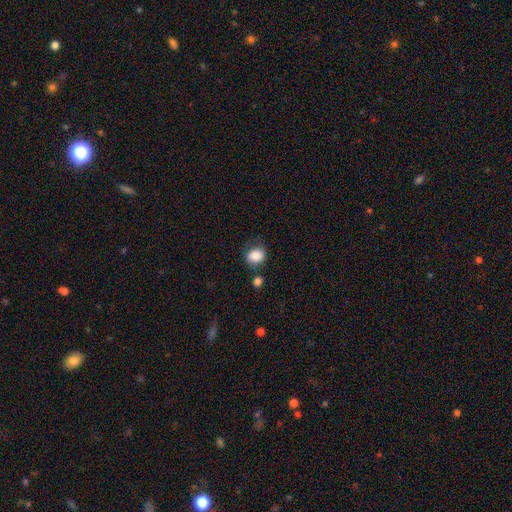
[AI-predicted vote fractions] The model was most divided on "how rounded": round: 62%, in between: 37%, cigar-shaped: 1%. More confident: smooth or featured — smooth (86%); merging — none (64%).